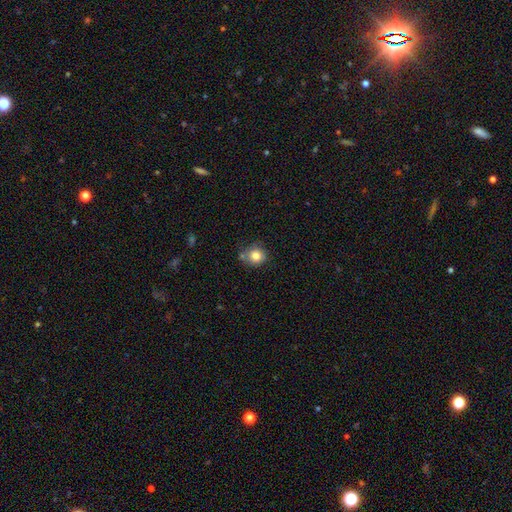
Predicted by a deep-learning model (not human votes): smooth_or_featured: smooth (p=0.81) [alt: star or artifact p=0.10]
how_rounded: round (p=0.85) [alt: in between p=0.14]
merging: none (p=0.63) [alt: minor disturbance p=0.21]